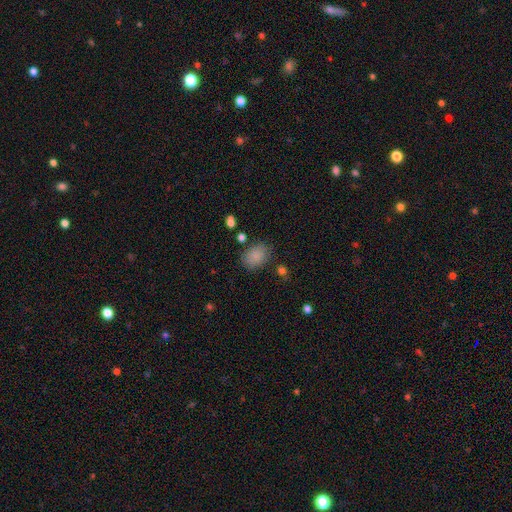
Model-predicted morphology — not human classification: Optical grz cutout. It shows a smooth galaxy with no disk features (84%) that is in between round and cigar-shaped (73%). Merging: none (78%).